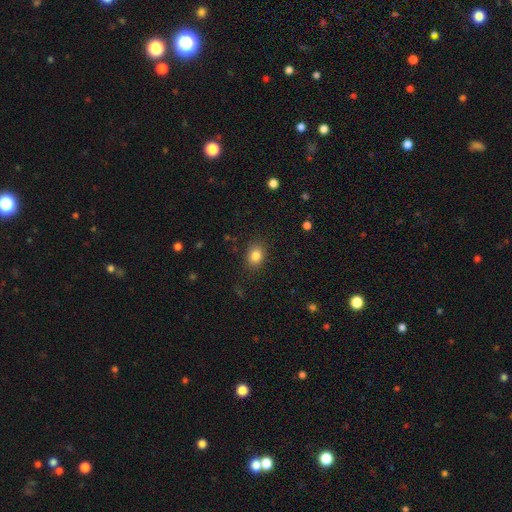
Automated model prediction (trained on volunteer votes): A smooth galaxy with no disk features (84%) that is in between round and cigar-shaped (57%).

Vote fractions:
- Smooth or featured? smooth: 84% / star or artifact: 10% / featured or disk: 6%
- How rounded? in between: 57% / round: 42% / cigar-shaped: 1%
- Merging? none: 85% / minor disturbance: 10% / major disturbance: 3% / merger: 1%